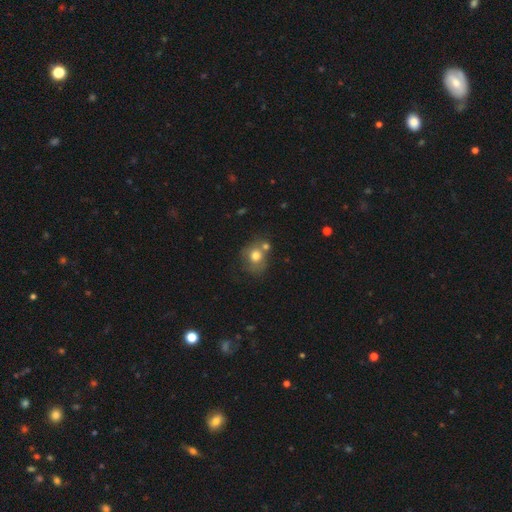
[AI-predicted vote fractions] smooth 72%, featured or disk 18%, star or artifact 10%. Down the decision tree: how rounded — round (69%); merging — none (44%).